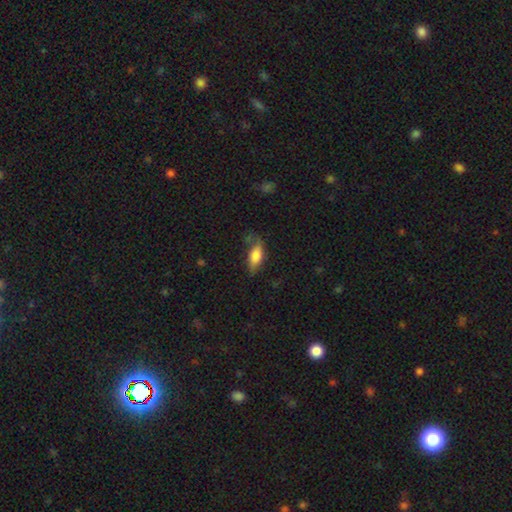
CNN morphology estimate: This is likely a smooth galaxy (73%). How rounded: likely in between (78%). Merging: possibly none (55%).